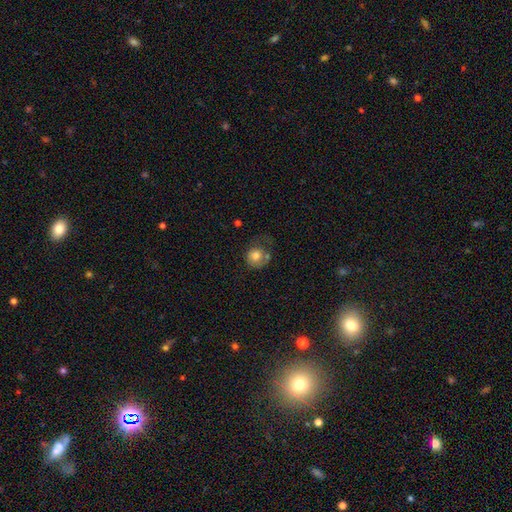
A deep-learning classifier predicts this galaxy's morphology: smooth 74%, featured or disk 17%, star or artifact 9%. Down the decision tree: how rounded — round (79%); merging — none (35%).